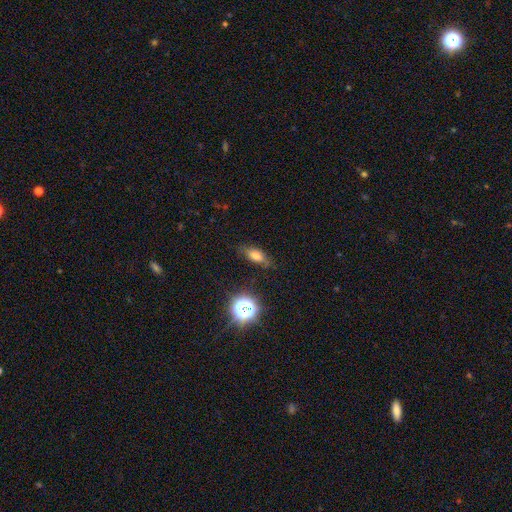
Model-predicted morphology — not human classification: smooth_or_featured: smooth (p=0.70) [alt: star or artifact p=0.16]
how_rounded: in between (p=0.74) [alt: cigar-shaped p=0.16]
merging: none (p=0.76) [alt: minor disturbance p=0.18]